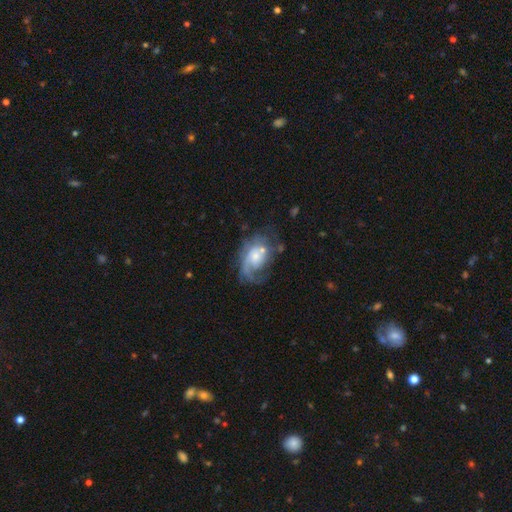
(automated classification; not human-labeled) A featured or disk galaxy (70%) with no bar (76%), 1 (55%) medium (36%) spiral arms (78%) and a small central bulge (47%). Merging: none (42%).